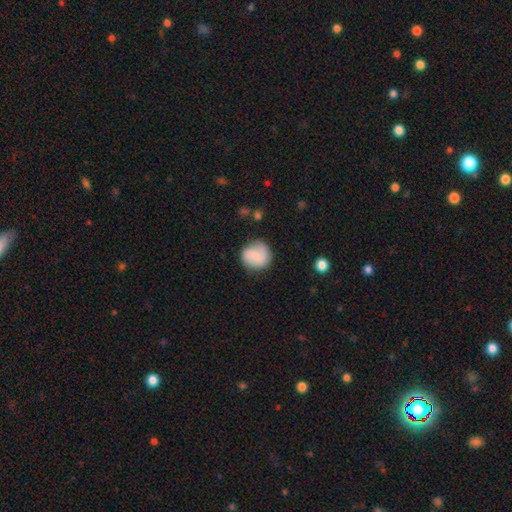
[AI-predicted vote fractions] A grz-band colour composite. It shows a smooth galaxy with no disk features (74%) that is round (86%). Merging: none (76%).